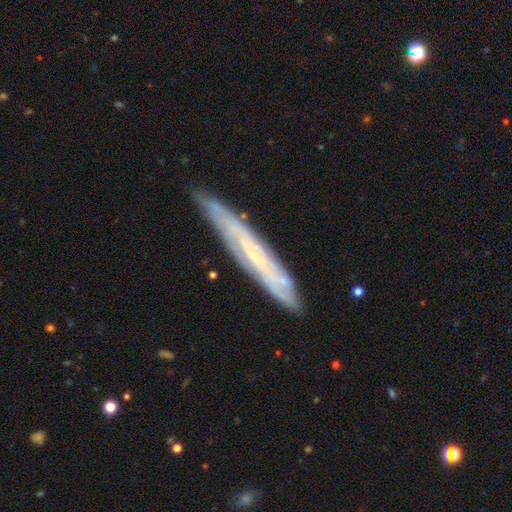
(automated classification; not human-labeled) Morphology: type=featured or disk (68%); edge-on=yes (65%); merging=none (79%).